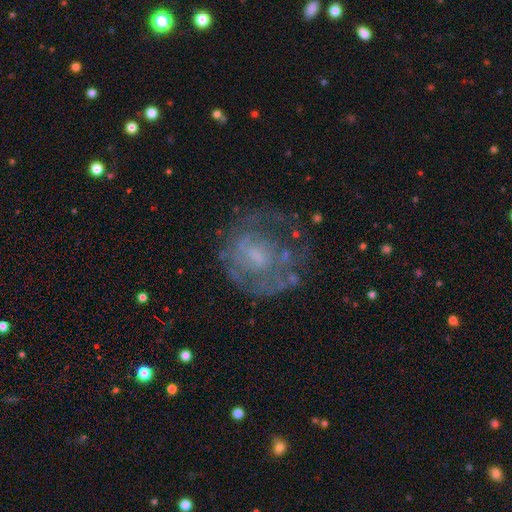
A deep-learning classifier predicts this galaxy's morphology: smooth_or_featured: featured or disk (p=0.64) [alt: smooth p=0.24]
disk_edge_on: no (p=0.97) [alt: yes p=0.03]
bar: no (p=0.68) [alt: weak p=0.27]
has_spiral_arms: no (p=0.55) [alt: yes p=0.45]
bulge_size: small (p=0.37) [alt: moderate p=0.30]
merging: none (p=0.57) [alt: major disturbance p=0.21]